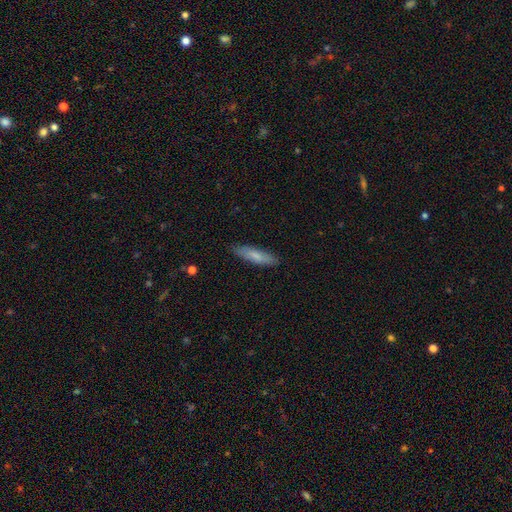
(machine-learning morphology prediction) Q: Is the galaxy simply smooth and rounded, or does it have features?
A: smooth — 76%.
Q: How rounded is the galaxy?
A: cigar-shaped — 75%.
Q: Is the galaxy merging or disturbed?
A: none — 85%.